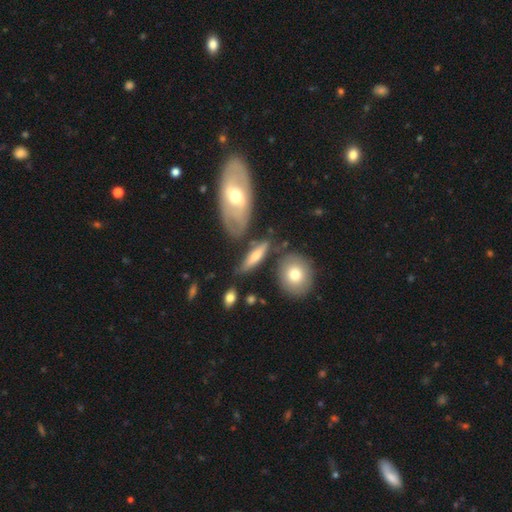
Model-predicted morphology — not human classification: smooth_or_featured: smooth (p=0.53) [alt: featured or disk p=0.39]
how_rounded: cigar-shaped (p=0.53) [alt: in between p=0.41]
merging: none (p=0.67) [alt: minor disturbance p=0.17]